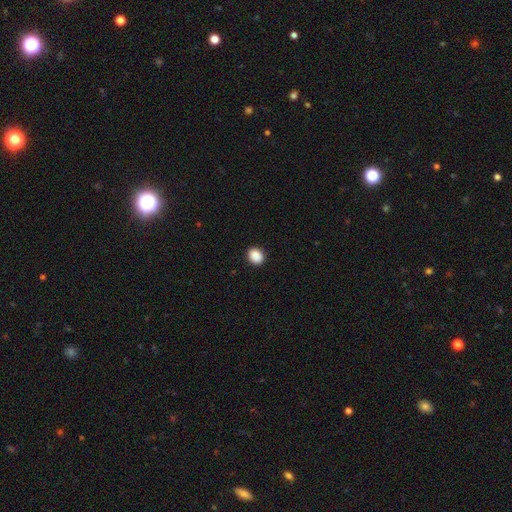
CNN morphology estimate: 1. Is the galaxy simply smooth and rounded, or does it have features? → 89% smooth, 8% star or artifact, 2% featured or disk.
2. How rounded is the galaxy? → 62% round, 37% in between, 1% cigar-shaped.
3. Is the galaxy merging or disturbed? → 90% none, 7% minor disturbance, 2% major disturbance, 1% merger.